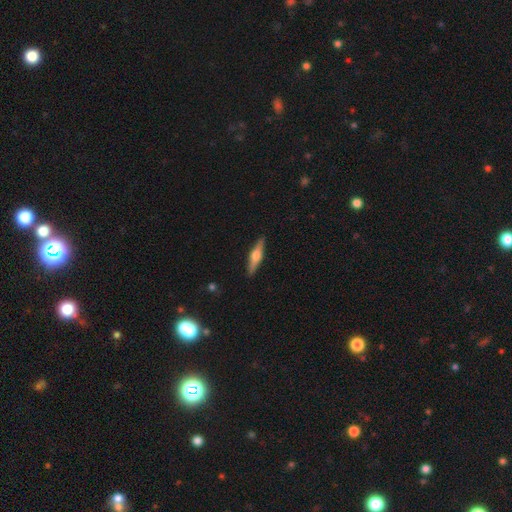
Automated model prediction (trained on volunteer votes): Overall: featured or disk (61%; smooth 33%). Edge-on disk: yes (97%). Edge-on bulge: rounded (91%). Merging: none (90%).